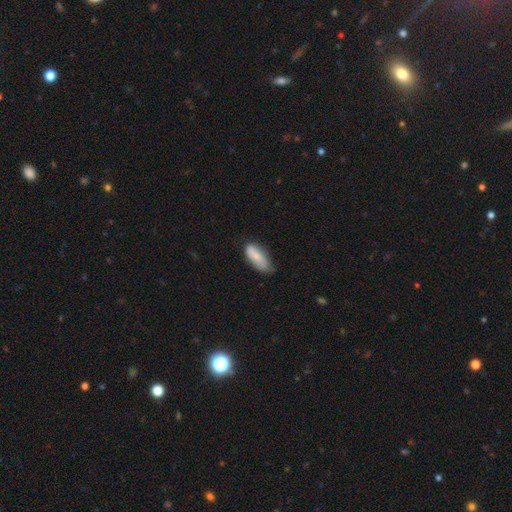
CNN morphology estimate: A smooth galaxy with no disk features (79%) that is in between round and cigar-shaped (84%).

Vote fractions:
- Smooth or featured? smooth: 79% / featured or disk: 15% / star or artifact: 6%
- How rounded? in between: 84% / cigar-shaped: 14% / round: 2%
- Merging? none: 55% / minor disturbance: 37% / major disturbance: 6% / merger: 2%